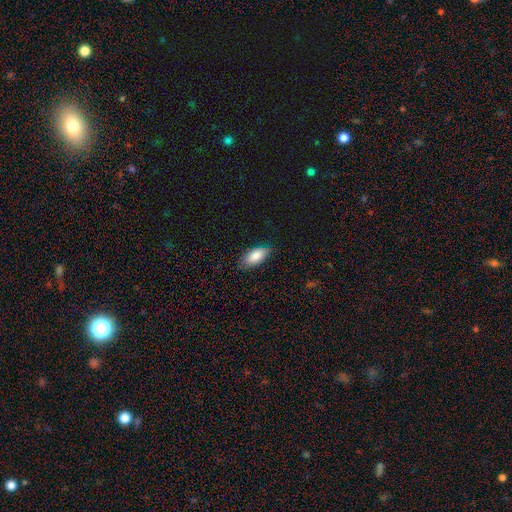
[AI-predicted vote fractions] A smooth galaxy with no disk features (84%) that is in between round and cigar-shaped (90%).

Vote fractions:
- Smooth or featured? smooth: 84% / featured or disk: 9% / star or artifact: 7%
- How rounded? in between: 90% / cigar-shaped: 7% / round: 3%
- Merging? none: 77% / minor disturbance: 19% / major disturbance: 3% / merger: 1%